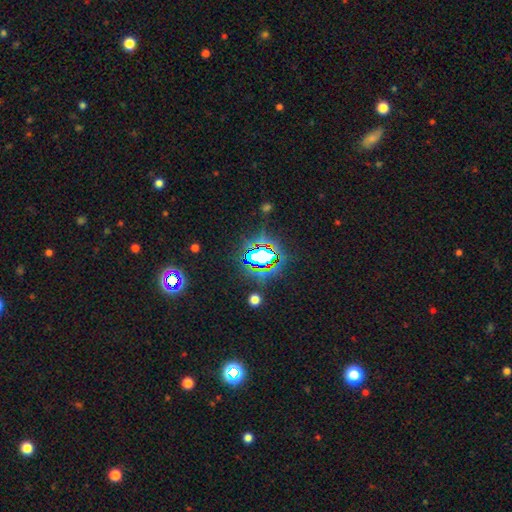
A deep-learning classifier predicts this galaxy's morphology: smooth-or-featured: star or artifact: 74% | smooth: 16% | featured or disk: 10%